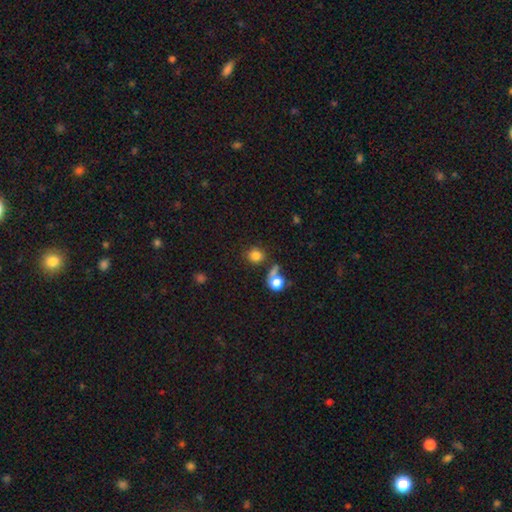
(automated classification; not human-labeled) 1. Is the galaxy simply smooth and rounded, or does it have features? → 81% smooth, 13% star or artifact, 6% featured or disk.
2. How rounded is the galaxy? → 83% round, 16% in between, 1% cigar-shaped.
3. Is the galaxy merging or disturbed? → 72% none, 12% merger, 11% minor disturbance, 5% major disturbance.